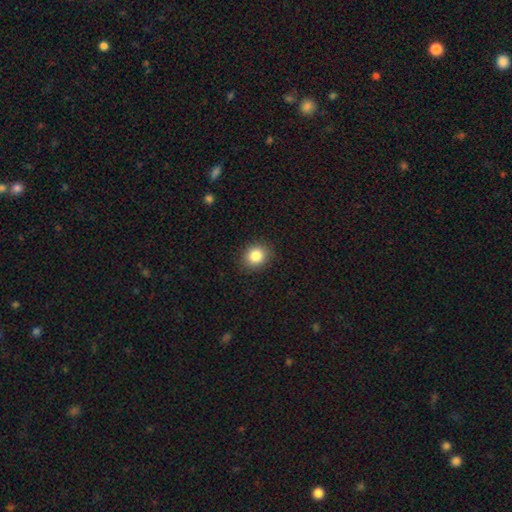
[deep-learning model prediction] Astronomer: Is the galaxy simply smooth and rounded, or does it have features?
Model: smooth — 85%.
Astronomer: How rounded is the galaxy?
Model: round — 75%.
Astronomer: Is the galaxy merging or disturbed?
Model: none — 88%.